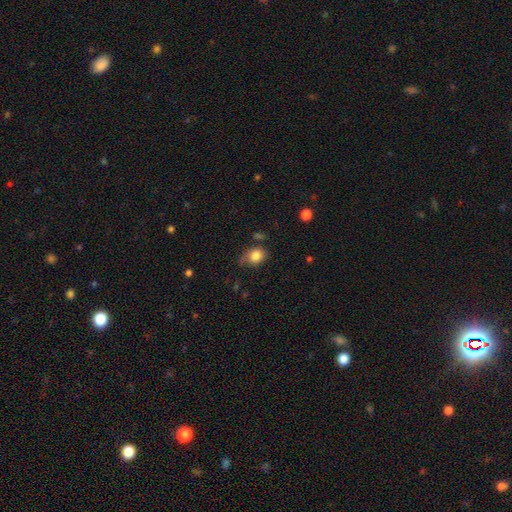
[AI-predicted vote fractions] smooth 82%, star or artifact 10%, featured or disk 9%. Down the decision tree: how rounded — in between (55%); merging — none (57%).